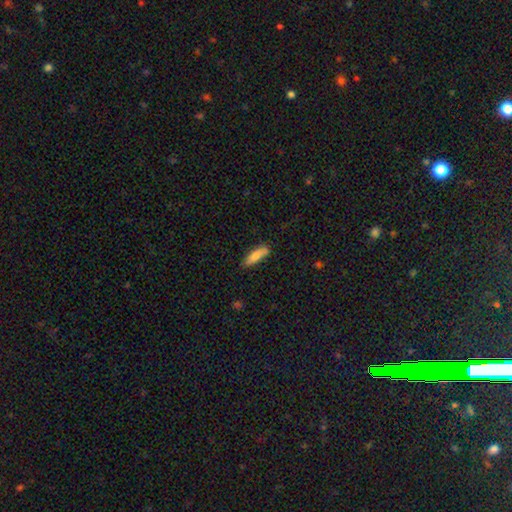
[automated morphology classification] Smooth or featured? smooth (78%)
How rounded? cigar-shaped (62%)
Merging? none (76%)